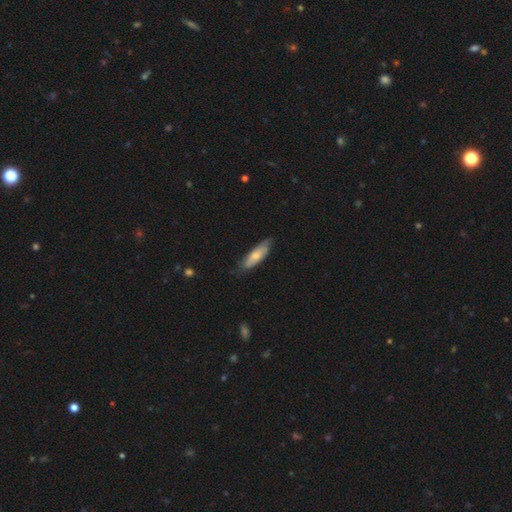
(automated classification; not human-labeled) smooth 66%, featured or disk 29%, star or artifact 5%. Down the decision tree: how rounded — in between (50%); merging — none (74%).